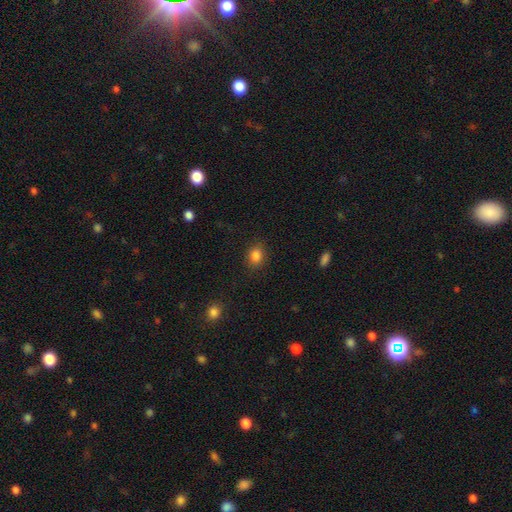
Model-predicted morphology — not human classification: This is clearly a smooth galaxy (84%). How rounded: possibly in between (51%). Merging: clearly none (86%).